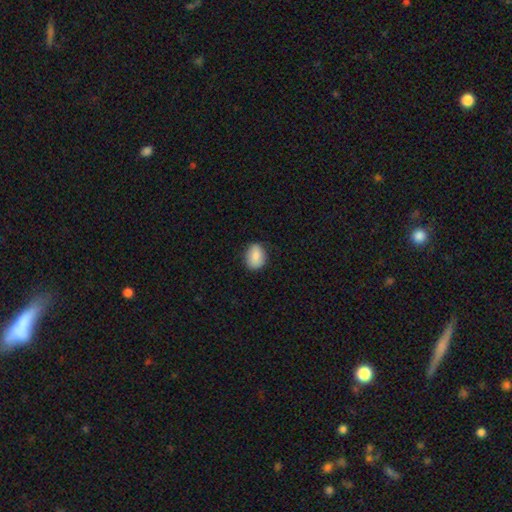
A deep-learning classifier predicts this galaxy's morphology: Smooth or featured? Predicted: smooth (p=0.85). How rounded? Predicted: in between (p=0.61). Merging? Predicted: none (p=0.83).